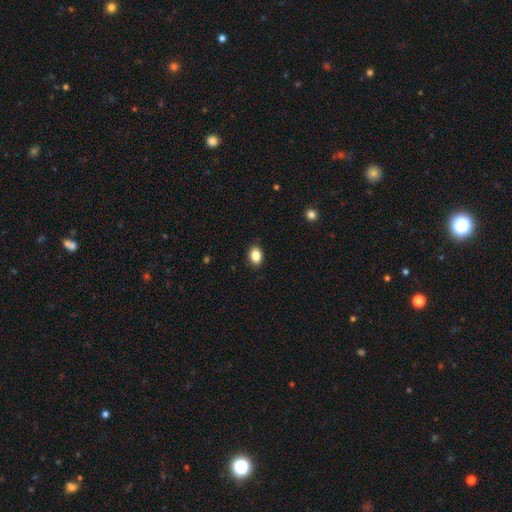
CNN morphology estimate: smooth-or-featured: smooth: 87% | star or artifact: 9% | featured or disk: 4%
  how-rounded: in between: 71% | round: 28% | cigar-shaped: 1%
  merging: none: 89% | minor disturbance: 8% | major disturbance: 2% | merger: 1%